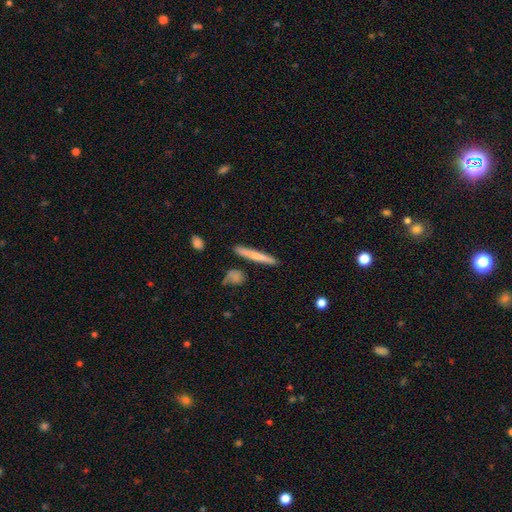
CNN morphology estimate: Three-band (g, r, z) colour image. It shows a smooth galaxy with no disk features (65%) that is cigar-shaped (95%). Merging: none (85%).